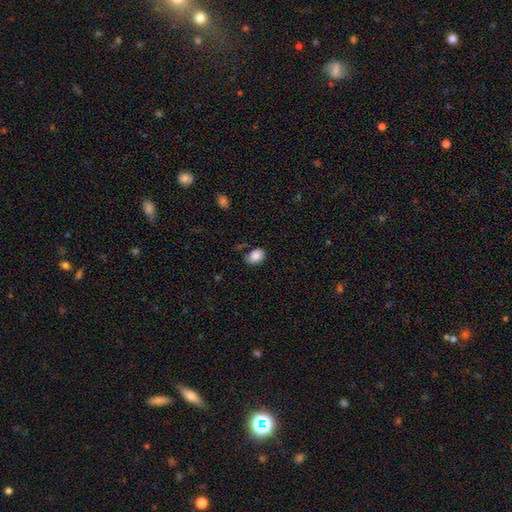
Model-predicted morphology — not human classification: smooth 87%, star or artifact 8%, featured or disk 5%. Down the decision tree: how rounded — in between (81%); merging — none (75%).